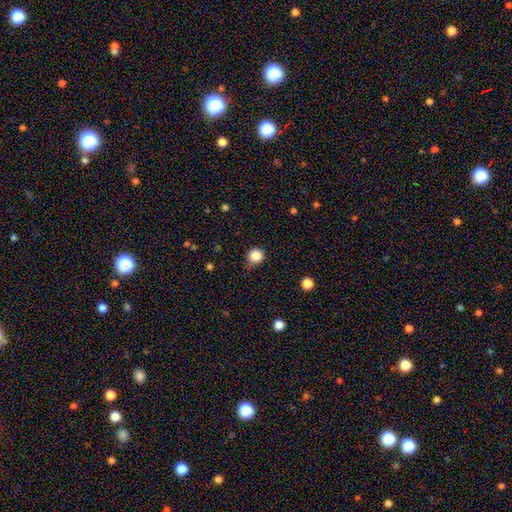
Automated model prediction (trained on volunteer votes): smooth-or-featured: smooth: 85% | star or artifact: 11% | featured or disk: 4%
  how-rounded: round: 91% | in between: 8% | cigar-shaped: 1%
  merging: none: 70% | minor disturbance: 23% | major disturbance: 5% | merger: 2%